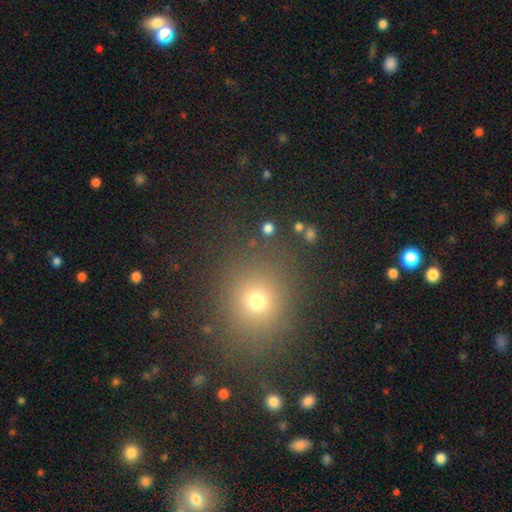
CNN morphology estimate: smooth-or-featured: smooth: 58% | star or artifact: 34% | featured or disk: 8%
  how-rounded: round: 78% | in between: 21% | cigar-shaped: 1%
  merging: none: 88% | minor disturbance: 6% | major disturbance: 3% | merger: 2%